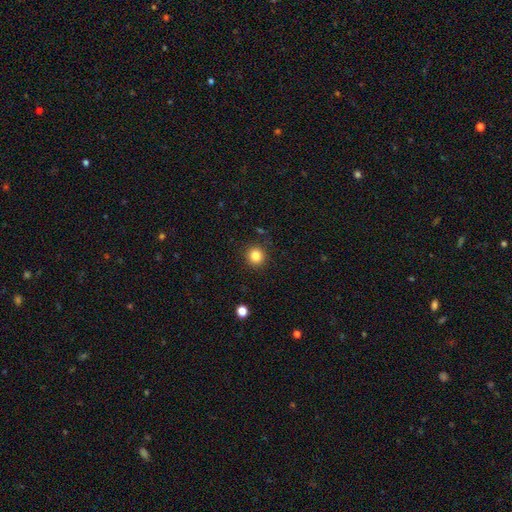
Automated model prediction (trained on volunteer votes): smooth-or-featured: smooth: 84% | star or artifact: 11% | featured or disk: 5%
  how-rounded: round: 93% | in between: 6% | cigar-shaped: 1%
  merging: none: 90% | minor disturbance: 6% | major disturbance: 2% | merger: 1%